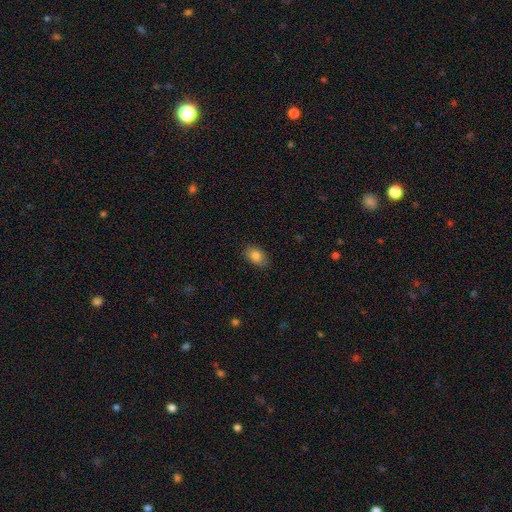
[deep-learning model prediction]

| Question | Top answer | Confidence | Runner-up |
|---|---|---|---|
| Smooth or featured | smooth | 83% | featured or disk (9%) |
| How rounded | in between | 85% | round (14%) |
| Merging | none | 86% | minor disturbance (10%) |